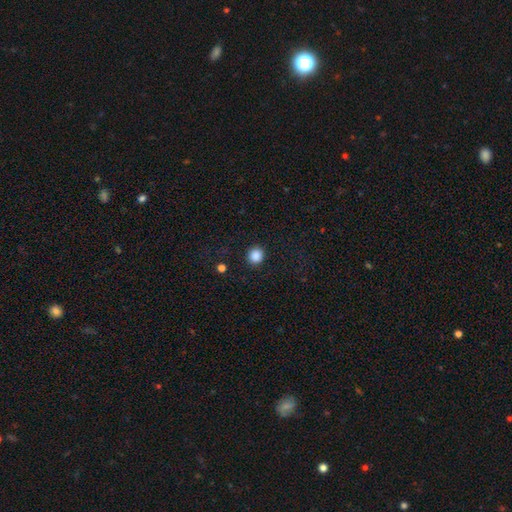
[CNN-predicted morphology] A smooth galaxy with no disk features (87%) that is round (89%).

Vote fractions:
- Smooth or featured? smooth: 87% / star or artifact: 10% / featured or disk: 3%
- How rounded? round: 89% / in between: 10% / cigar-shaped: 1%
- Merging? none: 91% / minor disturbance: 6% / major disturbance: 2% / merger: 1%